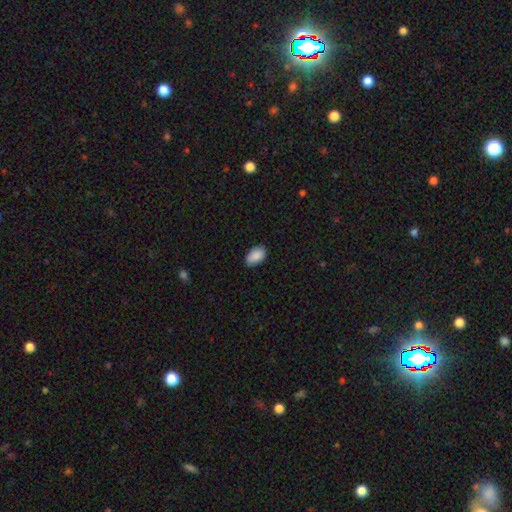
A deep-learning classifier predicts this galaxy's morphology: smooth-or-featured: smooth: 90% | star or artifact: 7% | featured or disk: 4%
  how-rounded: in between: 93% | round: 6% | cigar-shaped: 1%
  merging: none: 83% | minor disturbance: 13% | major disturbance: 2% | merger: 1%